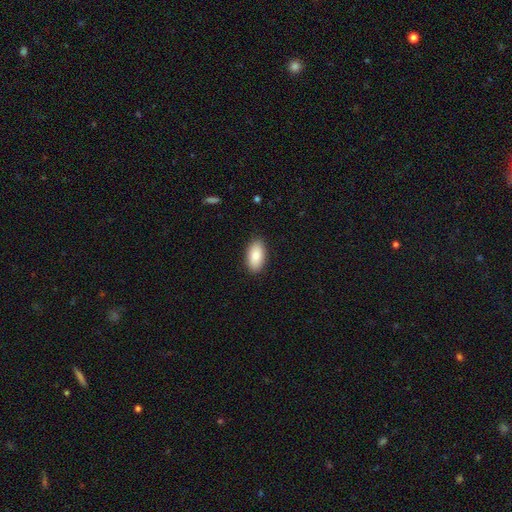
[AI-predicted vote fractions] smooth 85%, featured or disk 9%, star or artifact 6%. Down the decision tree: how rounded — in between (94%); merging — none (88%).